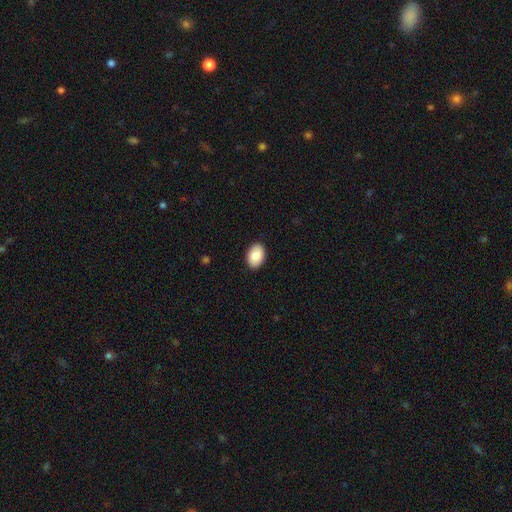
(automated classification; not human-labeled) smooth_or_featured: smooth (p=0.87) [alt: featured or disk p=0.07]
how_rounded: in between (p=0.88) [alt: round p=0.11]
merging: none (p=0.90) [alt: minor disturbance p=0.07]